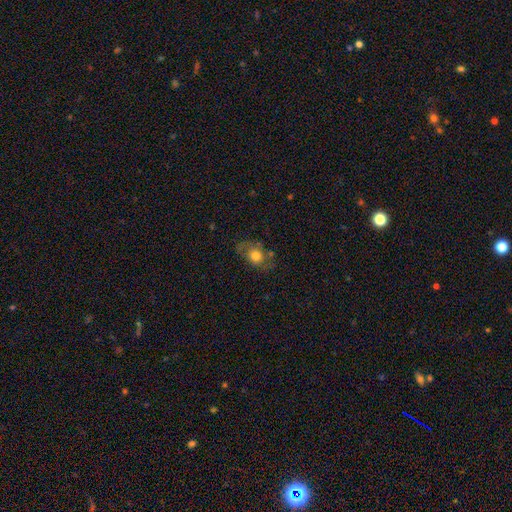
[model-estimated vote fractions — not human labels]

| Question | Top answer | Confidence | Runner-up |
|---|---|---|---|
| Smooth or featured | smooth | 60% | featured or disk (30%) |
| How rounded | in between | 59% | round (39%) |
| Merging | none | 63% | minor disturbance (22%) |